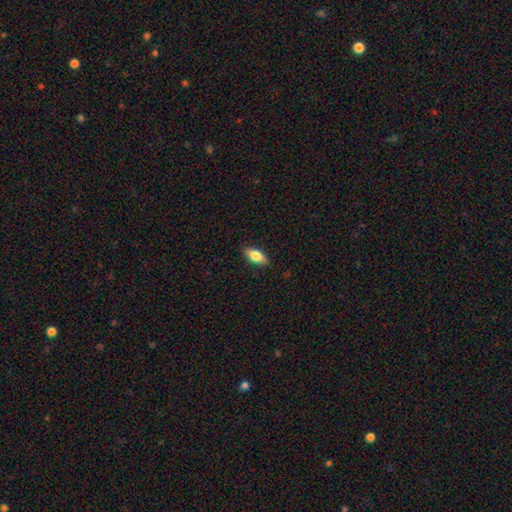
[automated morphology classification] smooth_or_featured: smooth (p=0.75) [alt: featured or disk p=0.18]
how_rounded: in between (p=0.85) [alt: cigar-shaped p=0.11]
merging: none (p=0.86) [alt: minor disturbance p=0.10]